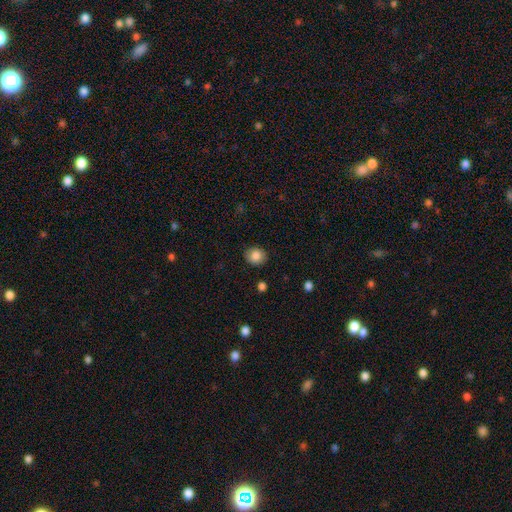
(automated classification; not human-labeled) smooth-or-featured: smooth: 84% | star or artifact: 9% | featured or disk: 8%
  how-rounded: round: 72% | in between: 27% | cigar-shaped: 1%
  merging: none: 88% | minor disturbance: 9% | major disturbance: 2% | merger: 1%